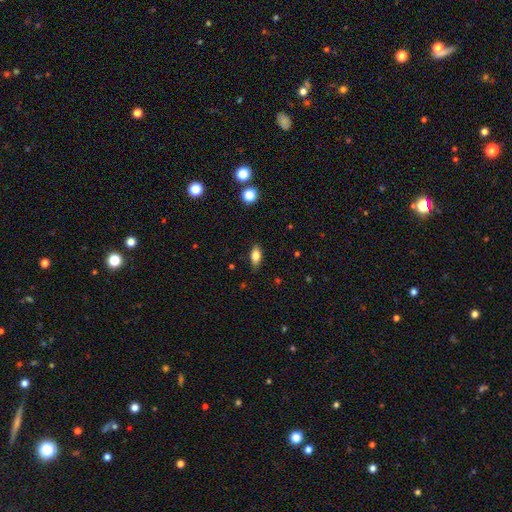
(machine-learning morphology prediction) Smooth or featured? Predicted: smooth (p=0.77). How rounded? Predicted: in between (p=0.84). Merging? Predicted: none (p=0.86).